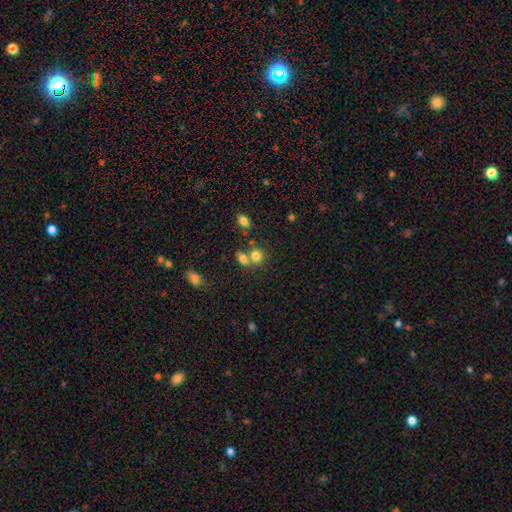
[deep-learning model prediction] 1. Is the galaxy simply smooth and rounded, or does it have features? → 78% smooth, 13% star or artifact, 9% featured or disk.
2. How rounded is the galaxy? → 68% round, 31% in between, 1% cigar-shaped.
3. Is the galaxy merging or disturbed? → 45% none, 41% merger, 9% minor disturbance, 4% major disturbance.